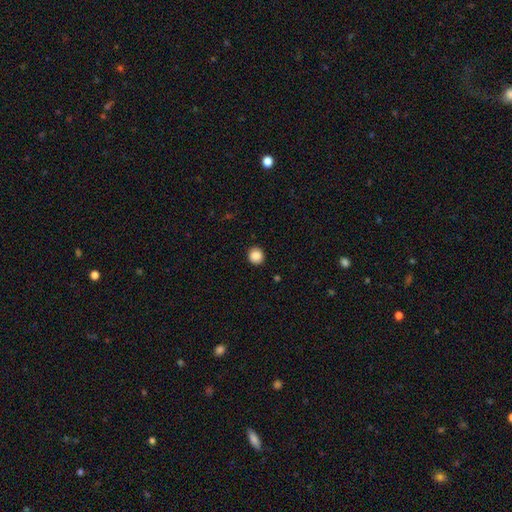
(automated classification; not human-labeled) smooth-or-featured: smooth: 88% | star or artifact: 9% | featured or disk: 3%
  how-rounded: round: 88% | in between: 11% | cigar-shaped: 1%
  merging: none: 91% | minor disturbance: 7% | major disturbance: 2% | merger: 1%